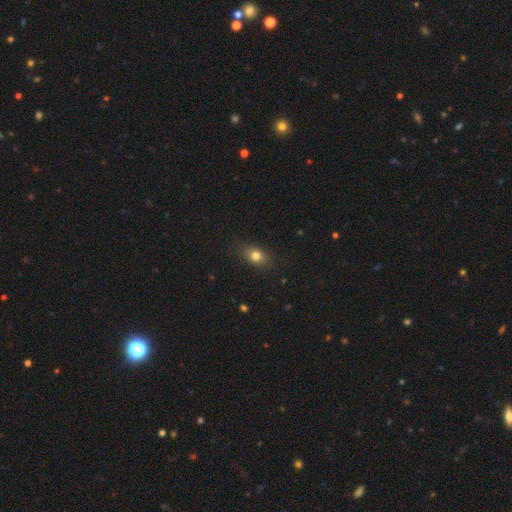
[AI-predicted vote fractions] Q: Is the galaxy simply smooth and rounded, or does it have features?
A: smooth — 78%.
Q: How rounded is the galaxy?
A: in between — 69%.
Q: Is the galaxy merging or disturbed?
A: none — 85%.